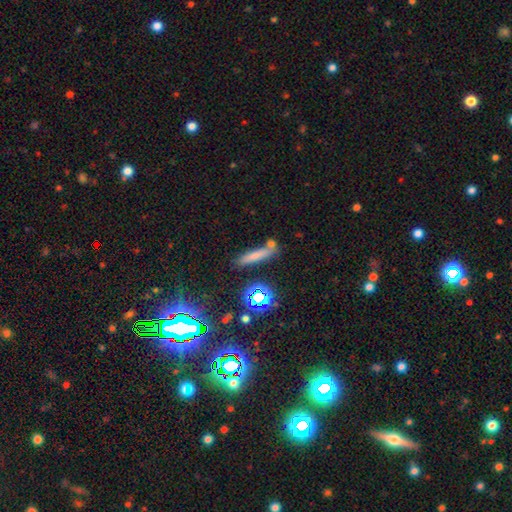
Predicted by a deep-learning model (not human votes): Overall: smooth (62%). How rounded: cigar-shaped (82%). Merging: none (70%).